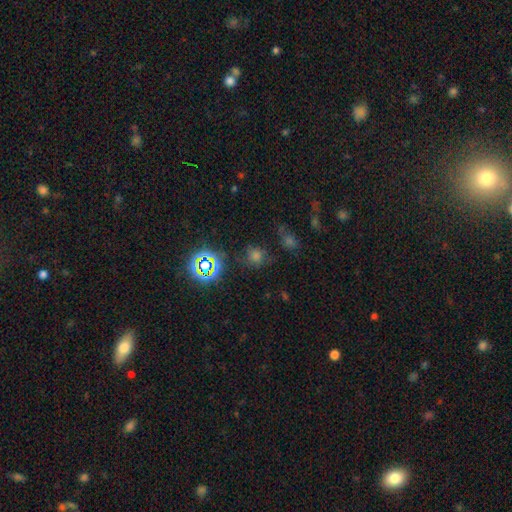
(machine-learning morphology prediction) A smooth galaxy with no disk features (49%). Merging: none (74%).